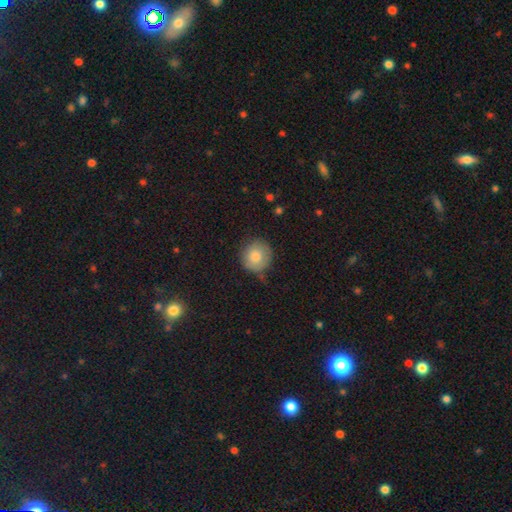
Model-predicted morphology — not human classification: Smooth or featured? smooth (77%)
How rounded? round (91%)
Merging? none (74%)